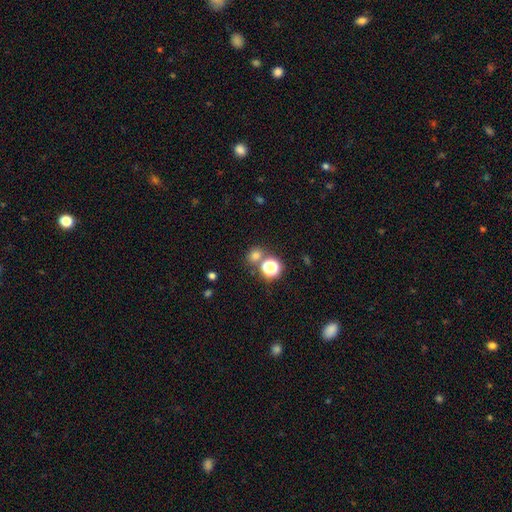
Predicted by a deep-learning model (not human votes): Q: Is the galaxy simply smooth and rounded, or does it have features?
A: smooth — 68%.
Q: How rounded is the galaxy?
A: round — 78%.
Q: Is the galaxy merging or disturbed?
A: none — 69%.